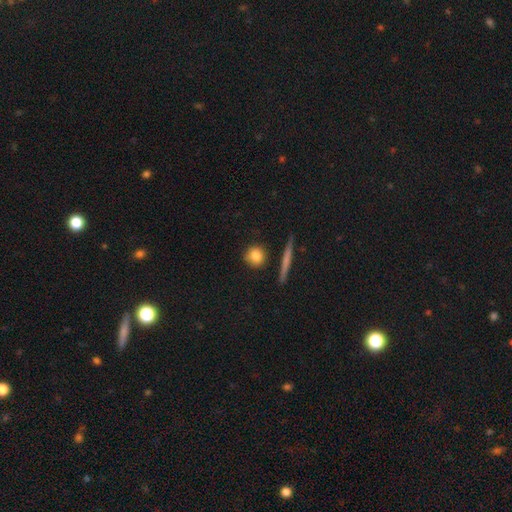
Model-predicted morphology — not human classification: smooth-or-featured: smooth: 82% | featured or disk: 10% | star or artifact: 8%
  how-rounded: round: 83% | in between: 11% | cigar-shaped: 5%
  merging: none: 84% | minor disturbance: 10% | merger: 4% | major disturbance: 3%